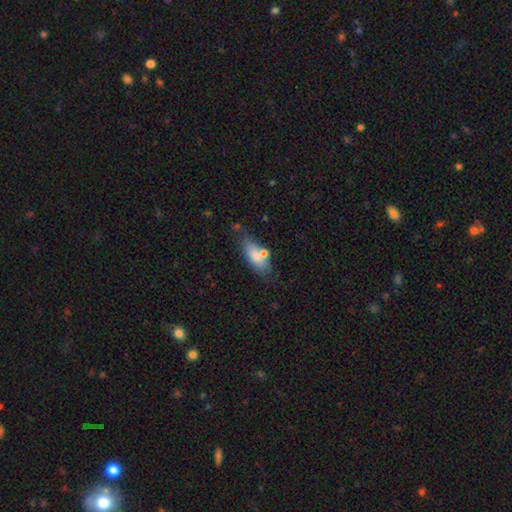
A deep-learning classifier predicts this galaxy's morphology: smooth_or_featured: smooth (p=0.74) [alt: featured or disk p=0.18]
how_rounded: in between (p=0.72) [alt: cigar-shaped p=0.25]
merging: none (p=0.65) [alt: minor disturbance p=0.18]